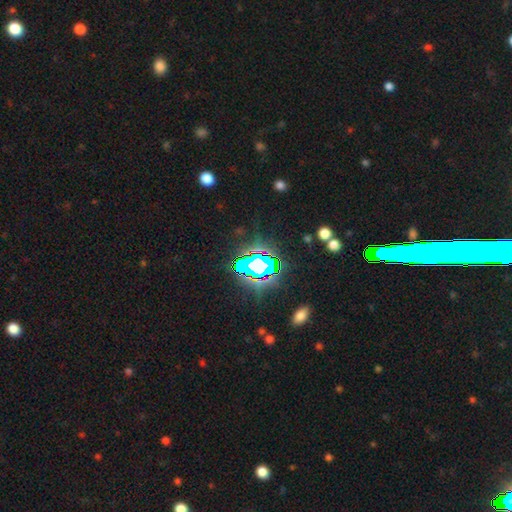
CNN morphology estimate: Overall: star or artifact (79%).